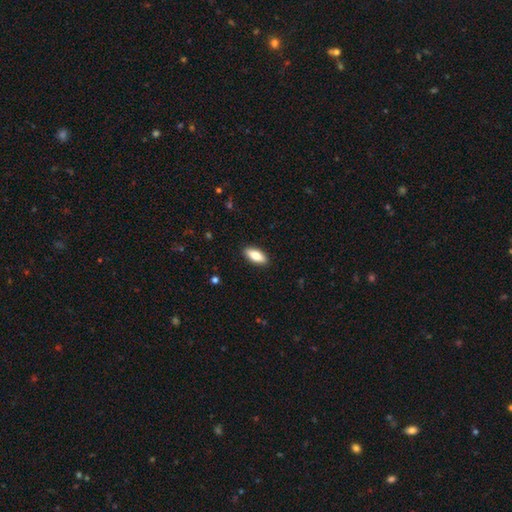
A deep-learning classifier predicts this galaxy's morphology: Smooth or featured?
  - smooth: 78% *
  - featured or disk: 15%
  - star or artifact: 6%
How rounded?
  - in between: 83% *
  - cigar-shaped: 15%
  - round: 2%
Merging?
  - none: 90% *
  - minor disturbance: 7%
  - major disturbance: 2%
  - merger: 1%